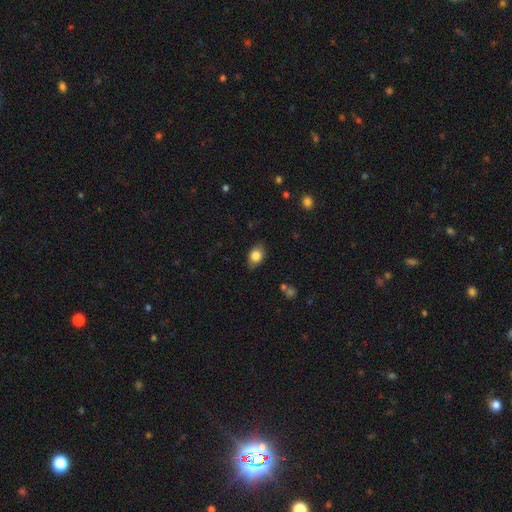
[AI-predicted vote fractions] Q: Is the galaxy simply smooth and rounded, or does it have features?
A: smooth — 80%.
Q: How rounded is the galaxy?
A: in between — 76%.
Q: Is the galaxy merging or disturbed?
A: none — 81%.